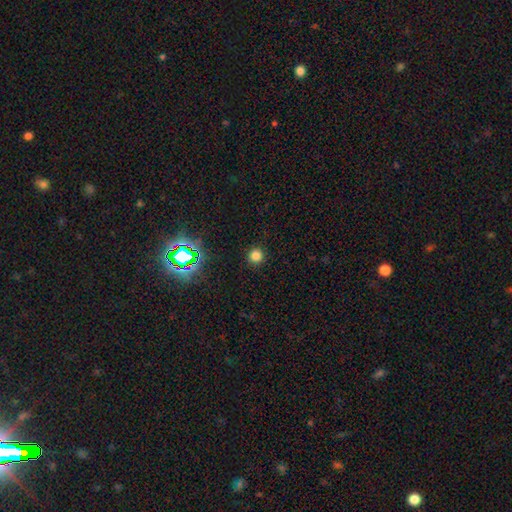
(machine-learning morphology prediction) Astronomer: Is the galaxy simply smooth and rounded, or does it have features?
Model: smooth — 78%.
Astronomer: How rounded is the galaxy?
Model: round — 94%.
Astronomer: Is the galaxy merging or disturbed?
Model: none — 91%.